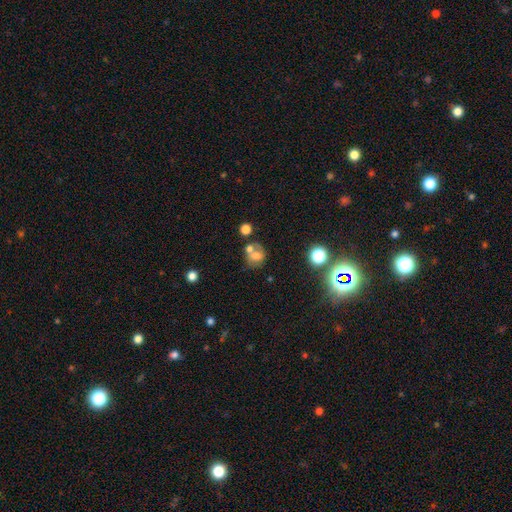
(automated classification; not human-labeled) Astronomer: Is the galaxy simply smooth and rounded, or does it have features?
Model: smooth — 63%.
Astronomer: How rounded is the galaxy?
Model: round — 69%.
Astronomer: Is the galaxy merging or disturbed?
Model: none — 42% (runner-up: merger, 37%).